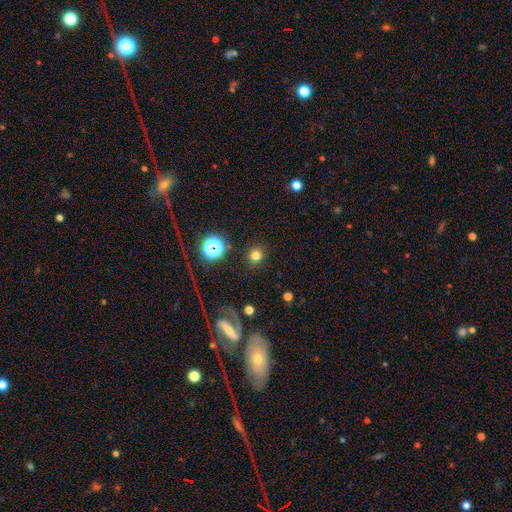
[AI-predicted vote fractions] This appears to be a smooth galaxy with no disk features (72%) that is round (90%). Merging: none (87%).